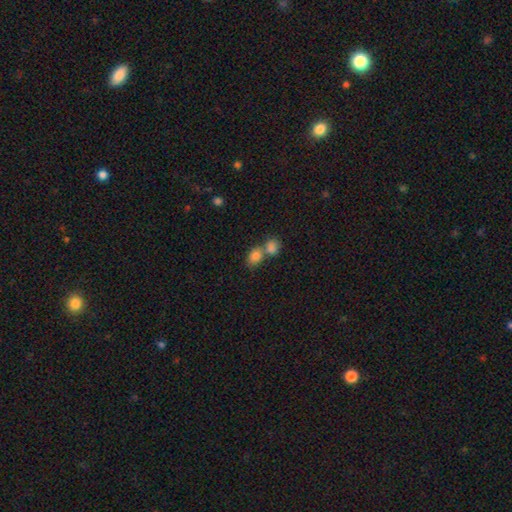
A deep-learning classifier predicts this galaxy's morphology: type=smooth (83%); roundness=in between (65%); merging=merger (58%).